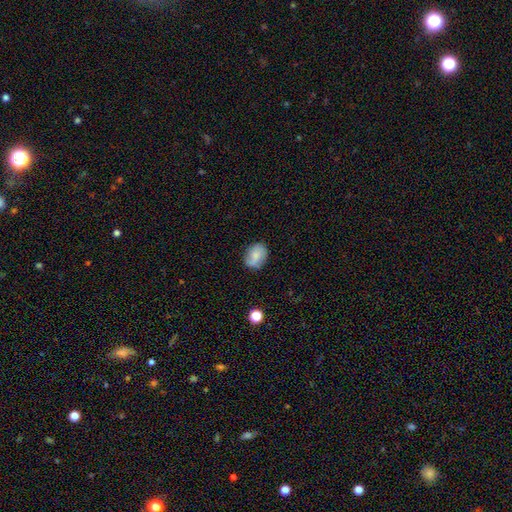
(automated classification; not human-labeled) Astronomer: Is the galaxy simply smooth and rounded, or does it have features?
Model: smooth — 71%.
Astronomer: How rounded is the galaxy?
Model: in between — 56% (runner-up: round, 43%).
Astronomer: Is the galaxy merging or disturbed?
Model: none — 72%.